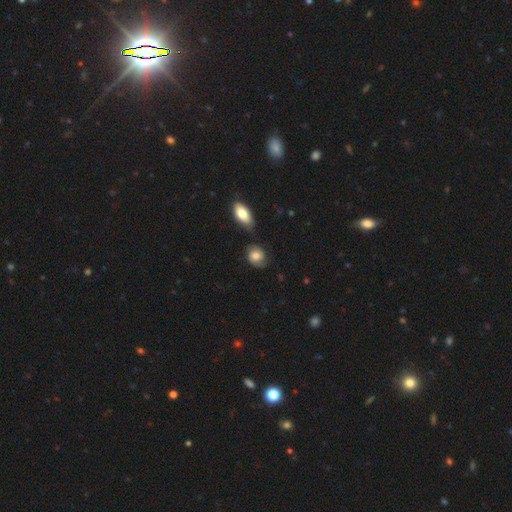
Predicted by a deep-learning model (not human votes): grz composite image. It shows a smooth galaxy with no disk features (59%) that is round (53%). Merging: none (63%).